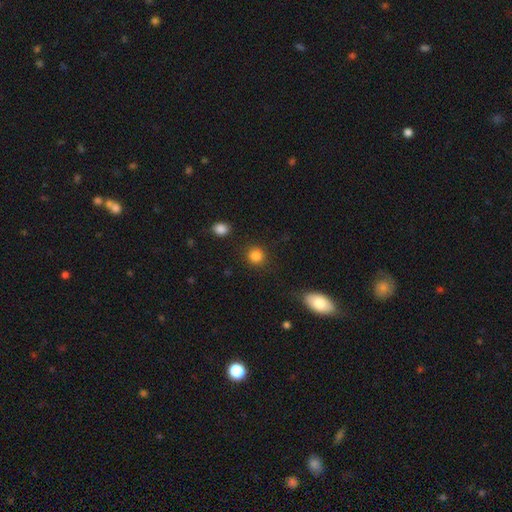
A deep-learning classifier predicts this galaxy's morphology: This appears to be a smooth galaxy with no disk features (85%) that is round (91%). Merging: none (88%).